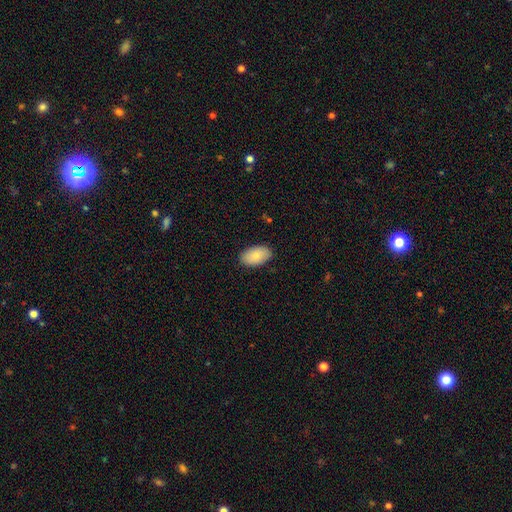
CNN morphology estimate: The model was most divided on "smooth or featured": smooth: 84%, featured or disk: 9%, star or artifact: 6%. More confident: how rounded — in between (95%); merging — none (87%).